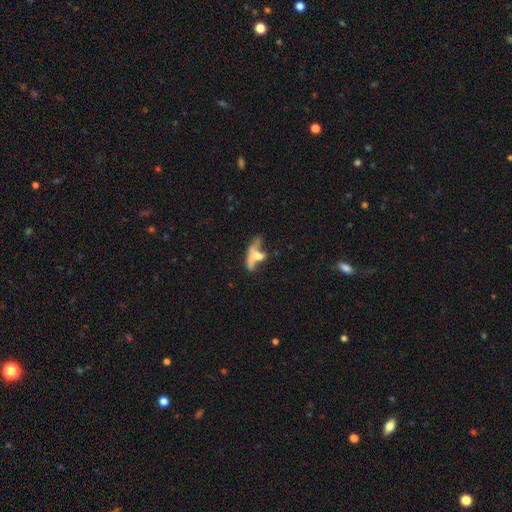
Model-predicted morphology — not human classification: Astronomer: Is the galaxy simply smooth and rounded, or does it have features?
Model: featured or disk — 44% (runner-up: smooth, 43%).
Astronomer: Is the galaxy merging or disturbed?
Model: merger — 44% (runner-up: none, 24%).